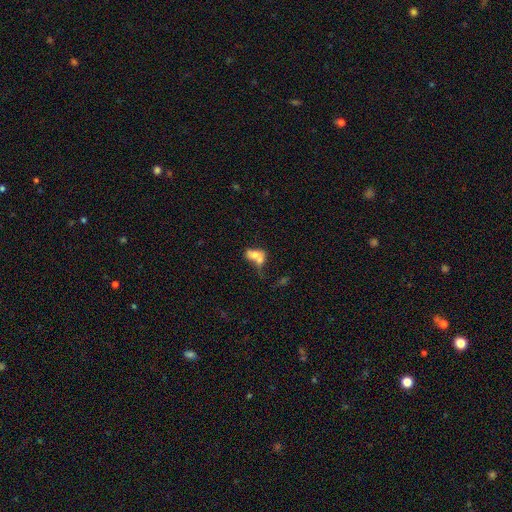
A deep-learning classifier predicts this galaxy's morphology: Overall: smooth (63%; featured or disk 27%). How rounded: in between (71%). Merging: merger (67%).